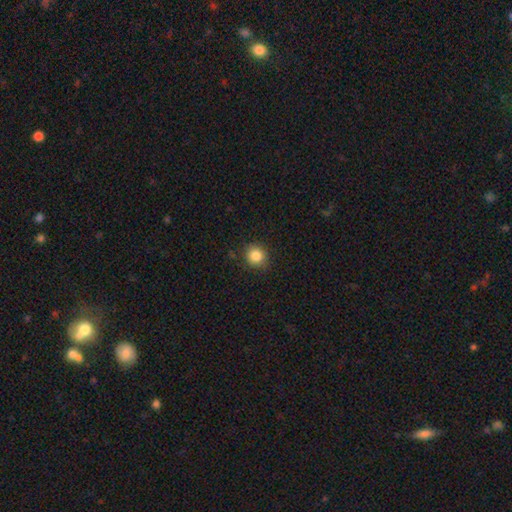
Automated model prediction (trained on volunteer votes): Q: Smooth or featured?
A: smooth (85%); runner-up: star or artifact (10%)
Q: How rounded?
A: round (89%); runner-up: in between (10%)
Q: Merging?
A: none (87%); runner-up: minor disturbance (9%)